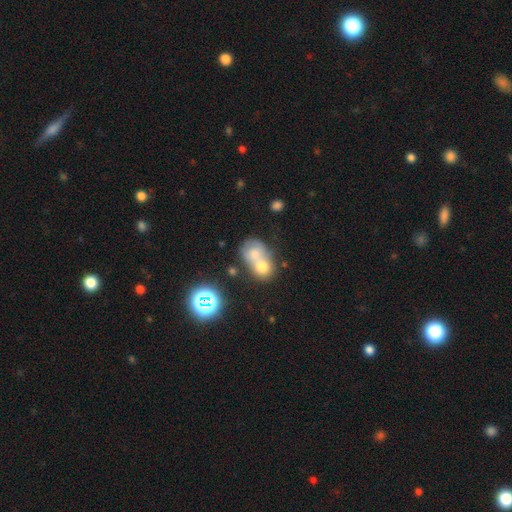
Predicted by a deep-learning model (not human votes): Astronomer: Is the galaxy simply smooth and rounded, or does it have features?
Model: smooth — 62%.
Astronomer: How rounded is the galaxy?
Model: round — 56% (runner-up: in between, 42%).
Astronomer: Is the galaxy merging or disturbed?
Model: merger — 72%.